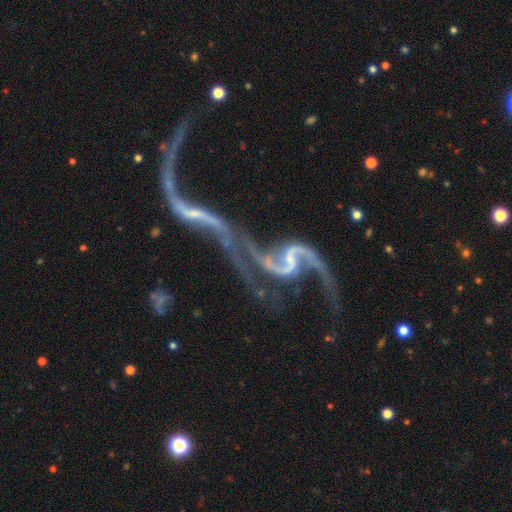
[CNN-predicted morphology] The model was most divided on "bulge size": small: 43%, none: 40%, moderate: 13%, large: 2%, dominant: 2%. Remaining: edge-on disk — no (93%); spiral winding — loose (88%); smooth or featured — featured or disk (84%); spiral arms — yes (83%); spiral arm count — 2 (77%); merging — merger (61%); bar — no (42%).